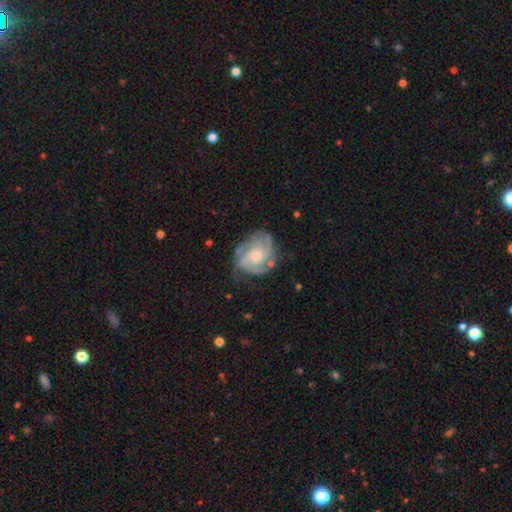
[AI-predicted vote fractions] This appears to be a featured or disk galaxy (85%) with no bar (72%), 3 (37%) tight (57%) spiral arms (96%) and a moderate central bulge (51%). Merging: none (72%).